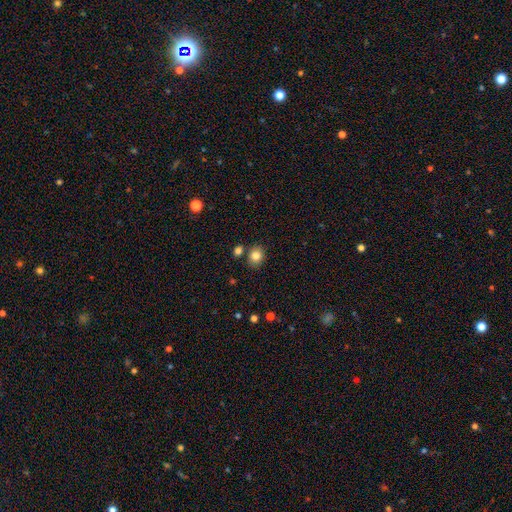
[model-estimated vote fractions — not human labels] Morphology: type=smooth (83%); roundness=round (58%); merging=none (79%).